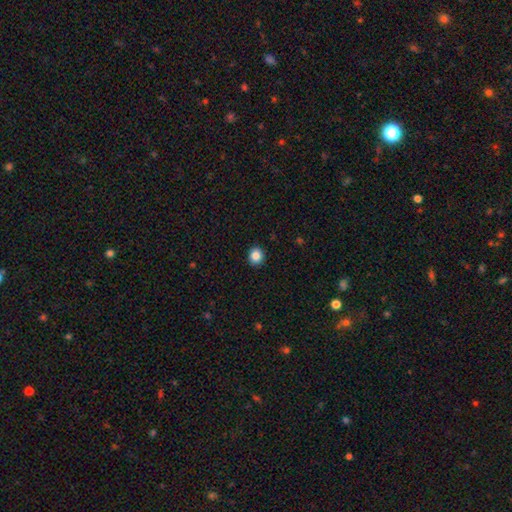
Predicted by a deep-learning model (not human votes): A smooth galaxy with no disk features (85%) that is round (80%). Merging: none (92%).